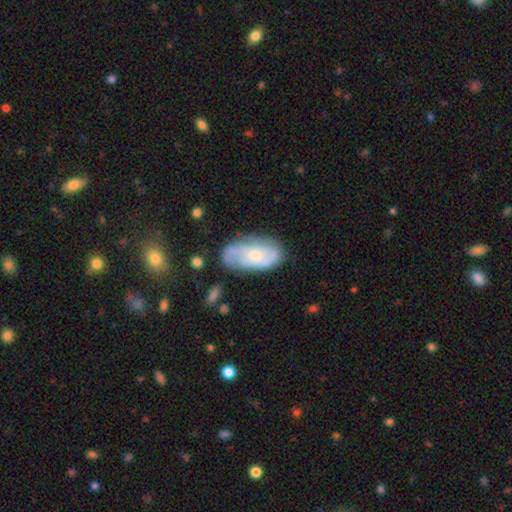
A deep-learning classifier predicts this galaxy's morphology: smooth_or_featured: featured or disk (p=0.64) [alt: smooth p=0.30]
disk_edge_on: no (p=0.94) [alt: yes p=0.06]
bar: no (p=0.70) [alt: weak p=0.26]
has_spiral_arms: yes (p=0.82) [alt: no p=0.18]
bulge_size: small (p=0.50) [alt: moderate p=0.41]
merging: none (p=0.64) [alt: minor disturbance p=0.24]